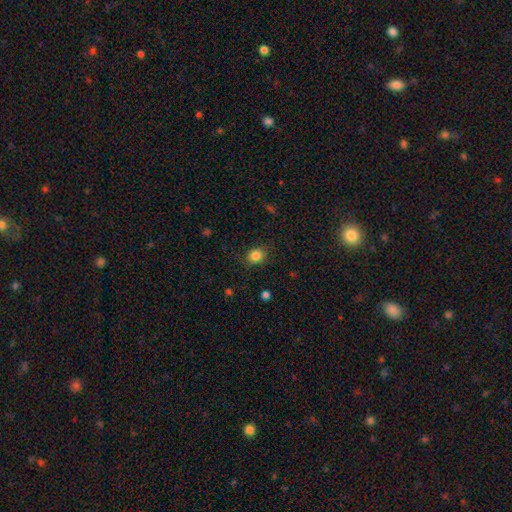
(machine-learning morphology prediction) Smooth or featured?
  - smooth: 84% *
  - star or artifact: 11%
  - featured or disk: 5%
How rounded?
  - round: 69% *
  - in between: 30%
  - cigar-shaped: 1%
Merging?
  - none: 82% *
  - minor disturbance: 13%
  - major disturbance: 4%
  - merger: 1%